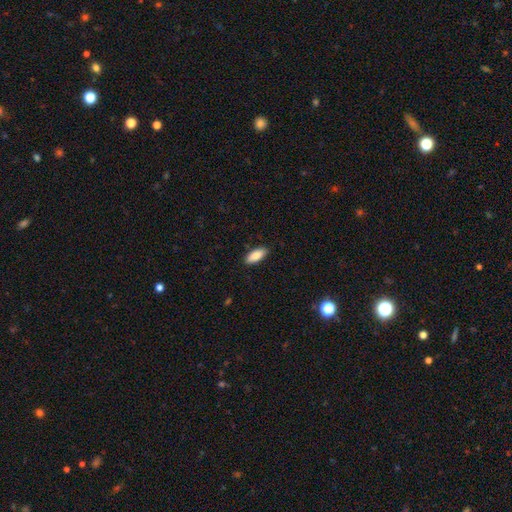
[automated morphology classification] The model was most divided on "how rounded": in between: 83%, cigar-shaped: 15%, round: 2%. More confident: merging — none (88%); smooth or featured — smooth (87%).